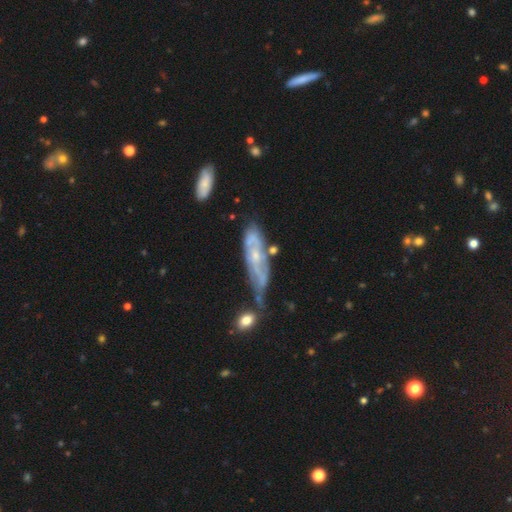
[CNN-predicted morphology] Smooth or featured: featured or disk — 71% (smooth — 21%)
Edge-on disk: no — 76% (yes — 24%)
Bar: no — 70% (weak — 24%)
Spiral arms: yes — 70% (no — 30%)
Bulge size: small — 68% (moderate — 25%)
Merging: none — 44% (minor disturbance — 28%)